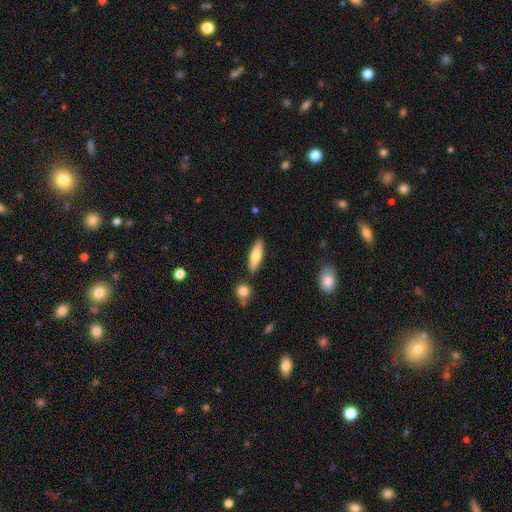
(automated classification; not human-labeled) smooth-or-featured: smooth: 72% | featured or disk: 22% | star or artifact: 6%
  how-rounded: cigar-shaped: 49% | in between: 48% | round: 2%
  merging: none: 84% | minor disturbance: 10% | merger: 4% | major disturbance: 2%